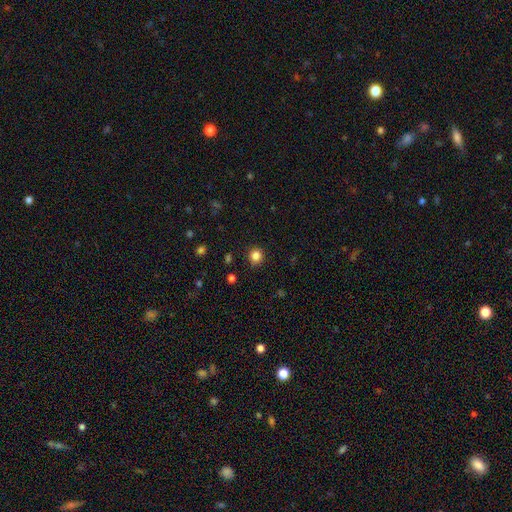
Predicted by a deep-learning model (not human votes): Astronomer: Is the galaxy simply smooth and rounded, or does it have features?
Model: smooth — 84%.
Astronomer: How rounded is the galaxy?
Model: round — 91%.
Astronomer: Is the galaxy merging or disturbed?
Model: none — 90%.